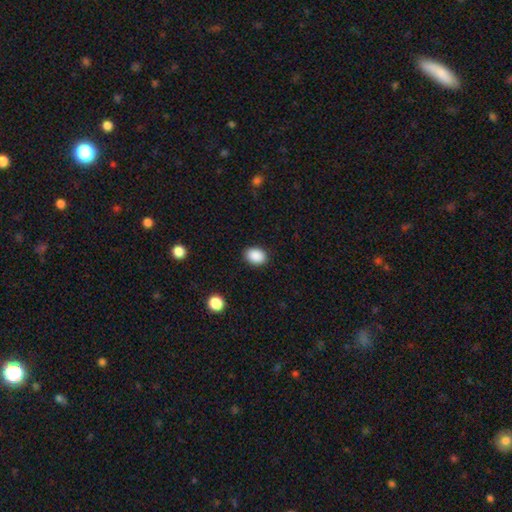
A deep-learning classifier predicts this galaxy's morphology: Smooth or featured: smooth — 90% (star or artifact — 8%)
How rounded: in between — 71% (round — 28%)
Merging: none — 89% (minor disturbance — 8%)